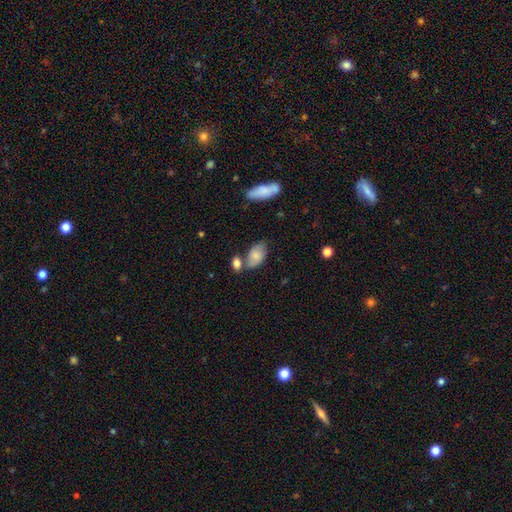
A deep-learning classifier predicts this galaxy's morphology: Overall: smooth (78%). How rounded: in between (93%). Merging: none (55%; merger 21%).